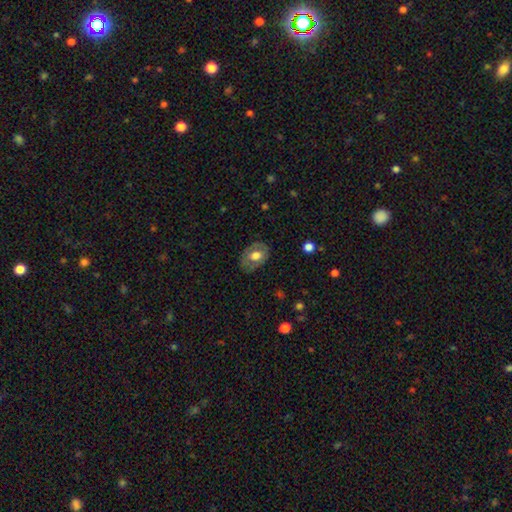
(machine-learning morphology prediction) Smooth or featured? smooth (54%)
How rounded? in between (75%)
Merging? none (75%)